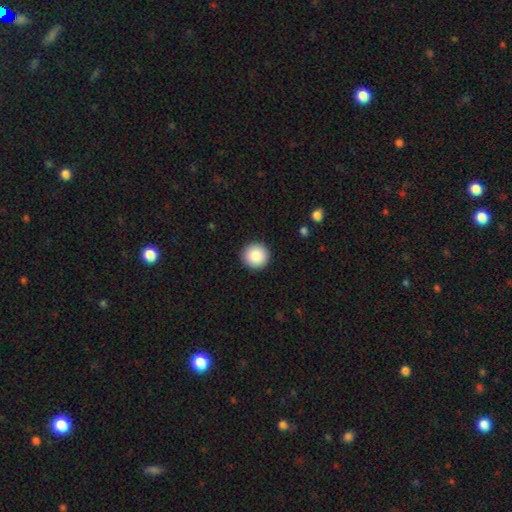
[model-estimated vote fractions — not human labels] This appears to be a smooth galaxy with no disk features (89%) that is round (95%). Merging: none (93%).